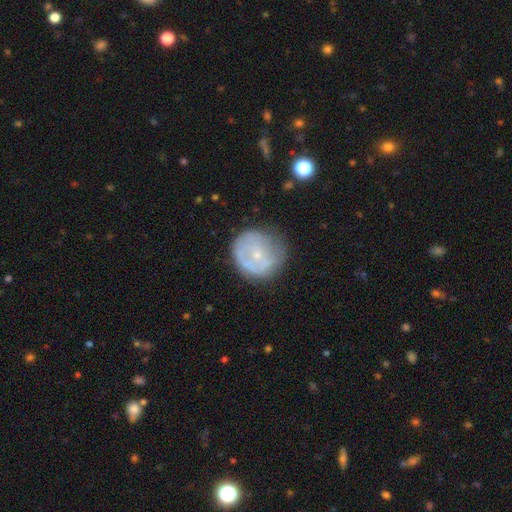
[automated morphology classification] This appears to be a featured or disk galaxy (46%). Merging: none (58%).